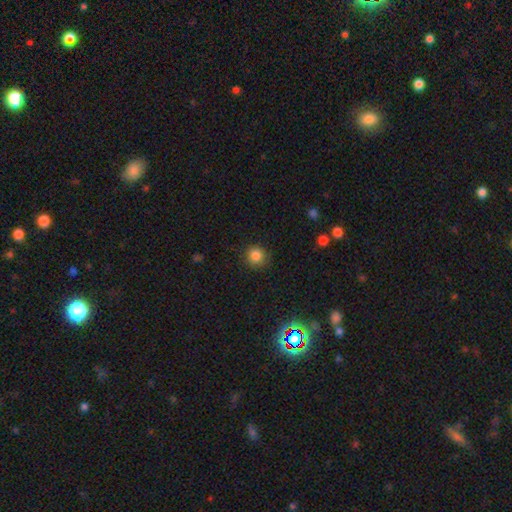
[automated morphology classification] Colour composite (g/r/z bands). It shows a smooth galaxy with no disk features (83%) that is round (92%). Merging: none (86%).